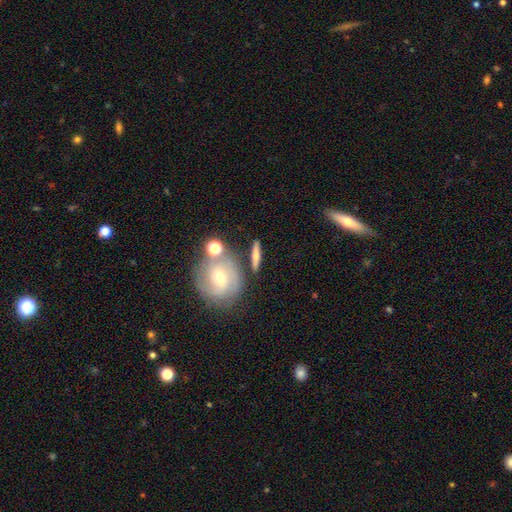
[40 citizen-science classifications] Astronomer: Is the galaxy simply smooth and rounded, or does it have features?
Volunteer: smooth — 68%.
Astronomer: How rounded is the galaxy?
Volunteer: cigar-shaped — 89%.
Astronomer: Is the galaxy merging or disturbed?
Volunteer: none — 85%.